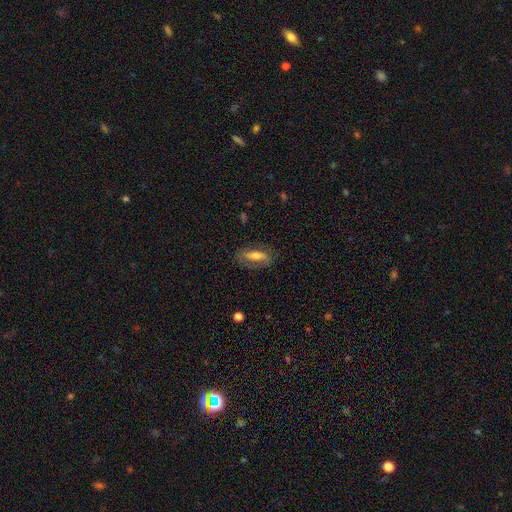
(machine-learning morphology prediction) This is possibly a featured or disk galaxy (48%). Merging: likely none (74%).